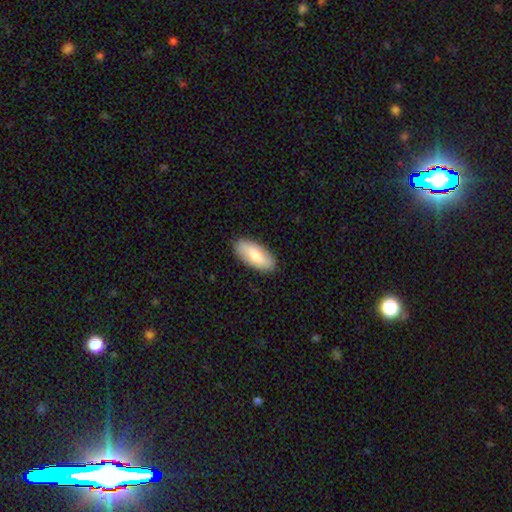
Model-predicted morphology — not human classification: This is likely a smooth galaxy (72%). How rounded: clearly in between (89%). Merging: clearly none (89%).